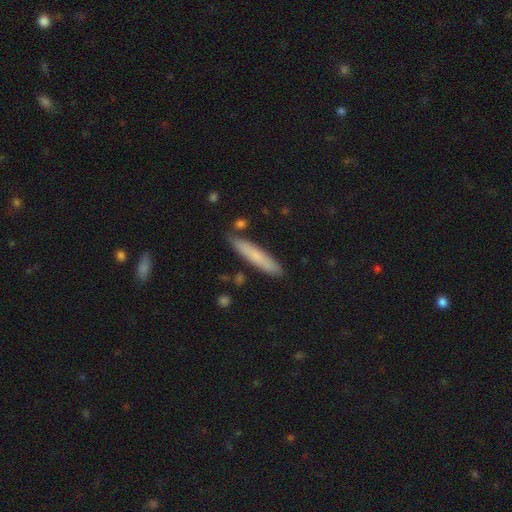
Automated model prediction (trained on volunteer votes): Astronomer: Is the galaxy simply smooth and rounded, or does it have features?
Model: smooth — 72%.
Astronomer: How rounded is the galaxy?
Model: cigar-shaped — 89%.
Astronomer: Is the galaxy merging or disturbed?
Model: none — 84%.